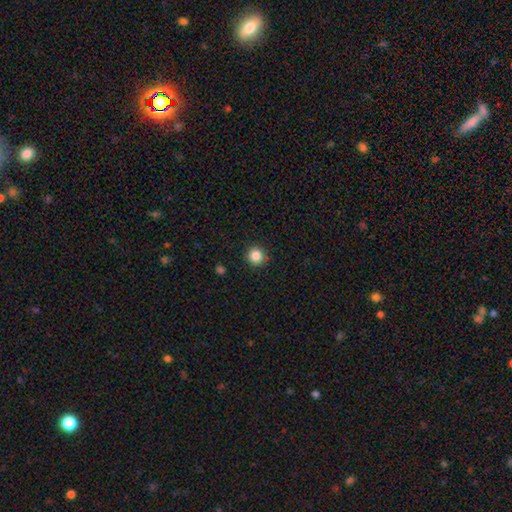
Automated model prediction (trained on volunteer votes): The model was most divided on "smooth or featured": smooth: 85%, star or artifact: 11%, featured or disk: 4%. More confident: how rounded — round (95%); merging — none (92%).